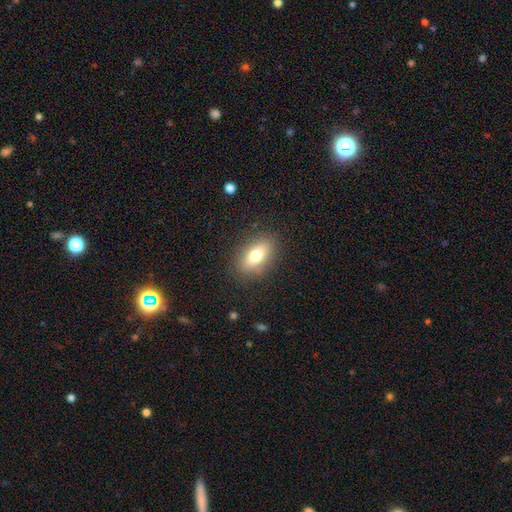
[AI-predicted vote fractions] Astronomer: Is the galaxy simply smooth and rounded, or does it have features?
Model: smooth — 73%.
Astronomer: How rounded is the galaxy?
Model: in between — 84%.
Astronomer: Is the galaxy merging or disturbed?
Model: none — 85%.